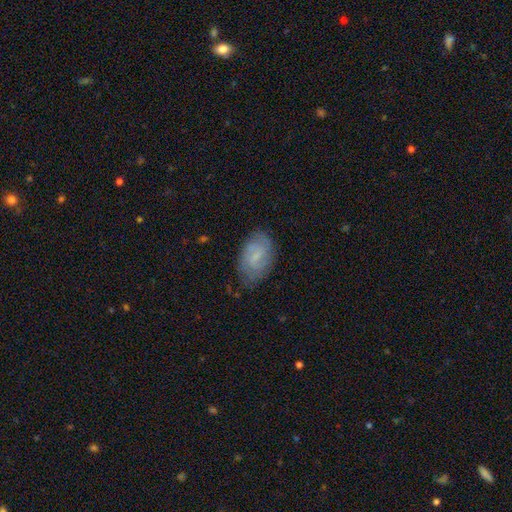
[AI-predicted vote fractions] Morphology: type=smooth (47%); merging=none (69%).